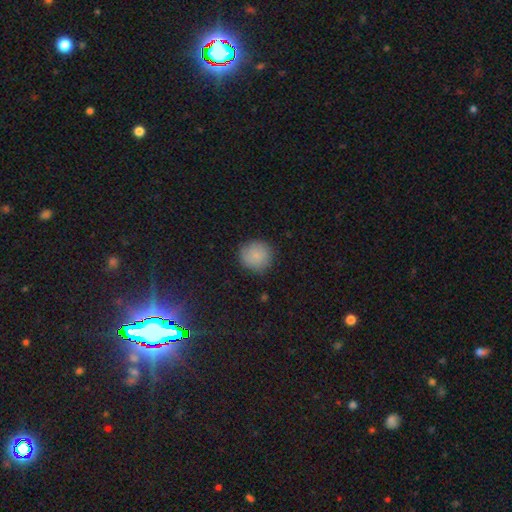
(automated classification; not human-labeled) Smooth or featured?
  - smooth: 82% *
  - star or artifact: 9%
  - featured or disk: 8%
How rounded?
  - round: 92% *
  - in between: 8%
  - cigar-shaped: 1%
Merging?
  - none: 84% *
  - minor disturbance: 12%
  - major disturbance: 3%
  - merger: 1%